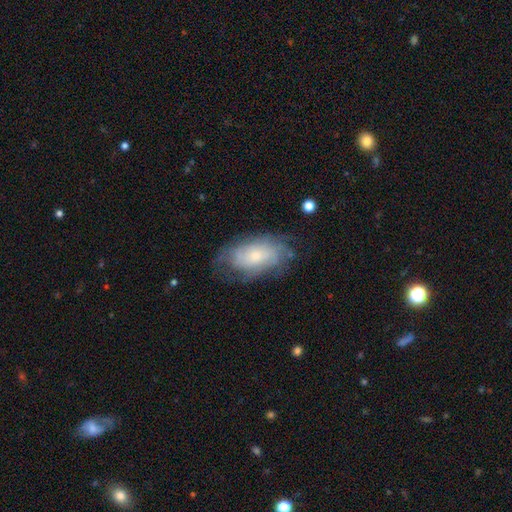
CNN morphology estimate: The model was most divided on "smooth or featured": featured or disk: 56%, smooth: 37%, star or artifact: 8%. More confident: edge-on disk — no (93%); bar — no (78%); spiral arms — yes (76%); merging — none (64%); bulge size — small (60%).